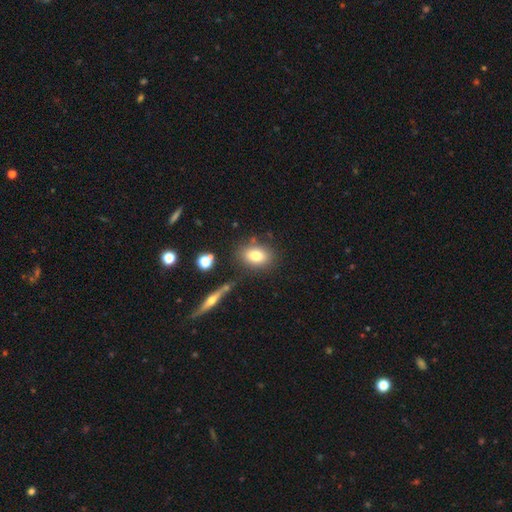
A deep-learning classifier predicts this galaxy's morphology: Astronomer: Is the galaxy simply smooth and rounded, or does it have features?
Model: smooth — 77%.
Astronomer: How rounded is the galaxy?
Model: in between — 73%.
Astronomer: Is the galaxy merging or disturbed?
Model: none — 78%.